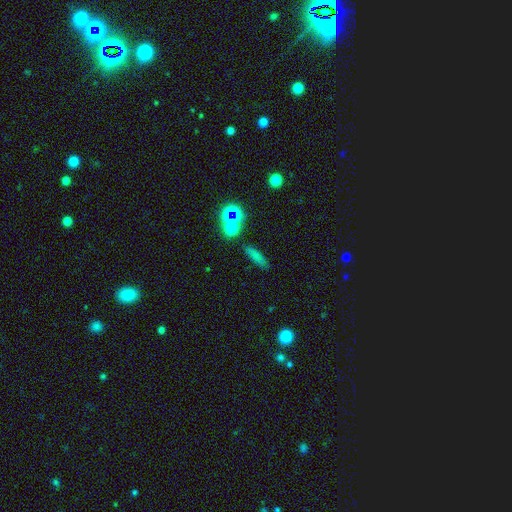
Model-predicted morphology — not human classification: Smooth or featured: smooth — 68% (star or artifact — 20%)
How rounded: cigar-shaped — 63% (in between — 28%)
Merging: none — 79% (minor disturbance — 11%)